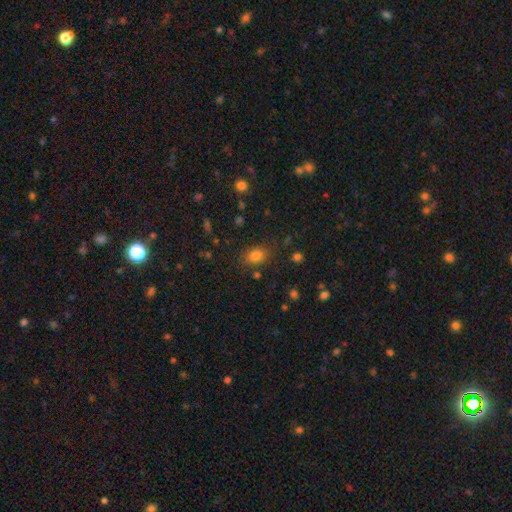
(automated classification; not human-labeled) This is clearly a smooth galaxy (80%). How rounded: likely in between (73%). Merging: likely none (78%).